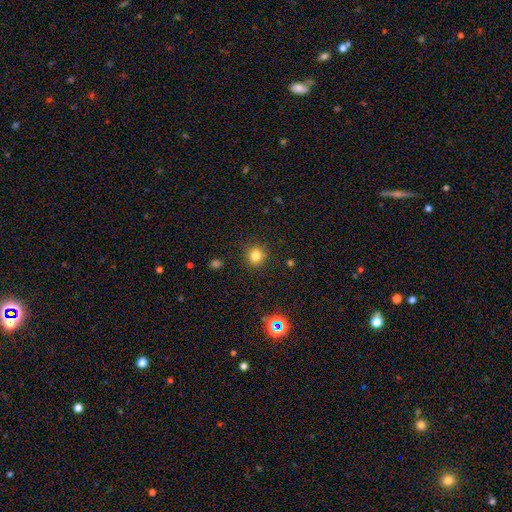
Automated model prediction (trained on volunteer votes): The model was most divided on "smooth or featured": smooth: 80%, star or artifact: 14%, featured or disk: 6%. More confident: merging — none (90%); how rounded — round (89%).